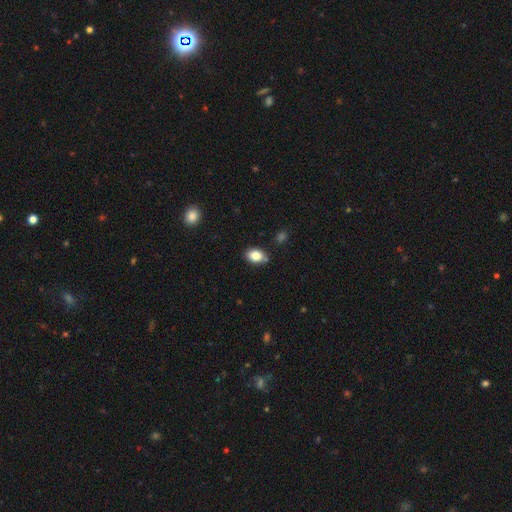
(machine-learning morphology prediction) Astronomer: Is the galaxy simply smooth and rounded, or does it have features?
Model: smooth — 83%.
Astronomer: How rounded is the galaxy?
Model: in between — 80%.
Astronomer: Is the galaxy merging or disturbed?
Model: none — 77%.